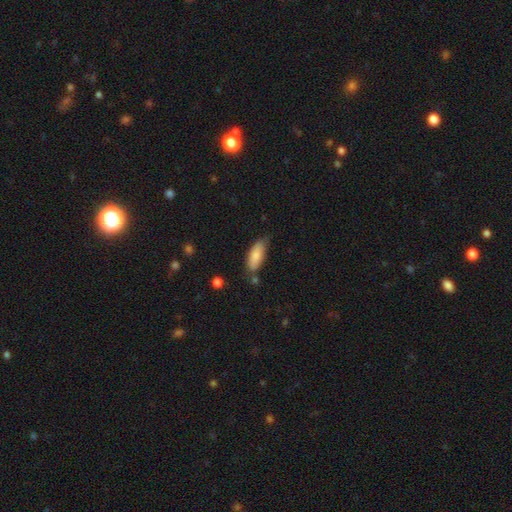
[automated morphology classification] The model was most divided on "merging": none: 67%, minor disturbance: 24%, merger: 5%, major disturbance: 4%. More confident: smooth or featured — smooth (83%); how rounded — in between (73%).